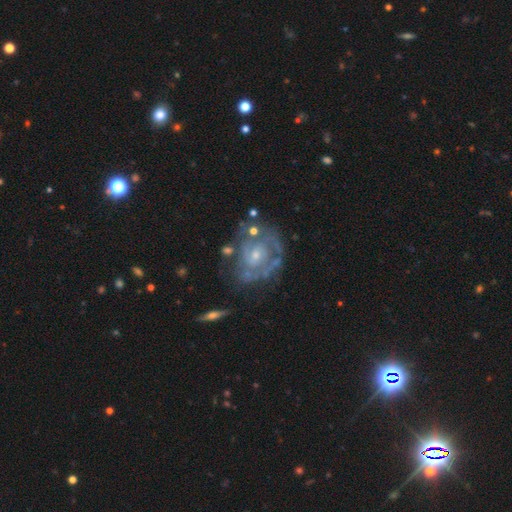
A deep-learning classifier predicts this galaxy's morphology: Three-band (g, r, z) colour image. It shows a featured or disk galaxy (81%) with no bar (71%), tight (62%) spiral arms (76%) and a small central bulge (64%). Merging: none (59%).